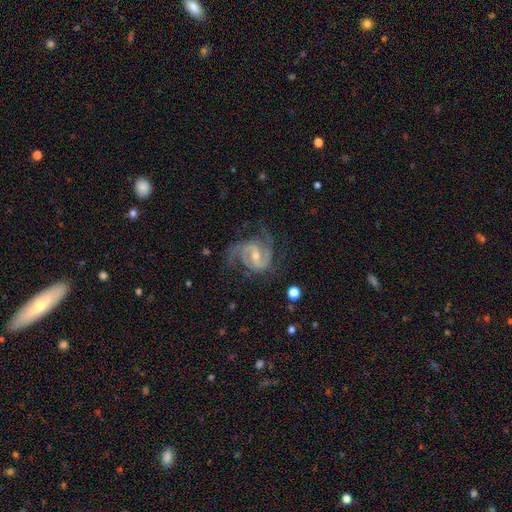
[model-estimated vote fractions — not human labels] A featured or disk galaxy (91%) with a weak bar (49%), 2 (71%) medium (54%) spiral arms (98%) and a small central bulge (51%). Merging: none (67%).